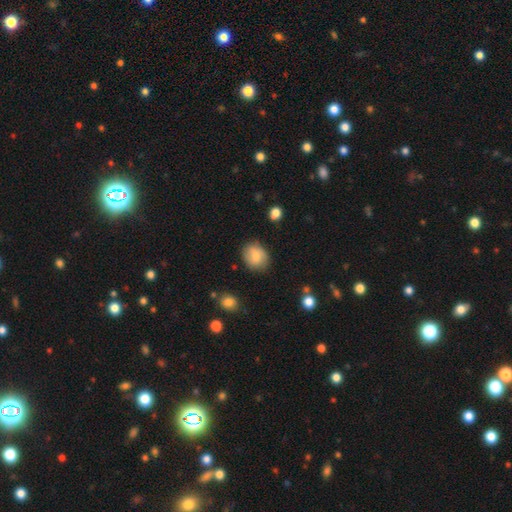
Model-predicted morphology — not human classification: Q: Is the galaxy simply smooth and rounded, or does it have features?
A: smooth — 77%.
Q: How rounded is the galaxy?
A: round — 56%.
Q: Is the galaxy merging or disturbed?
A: none — 77%.